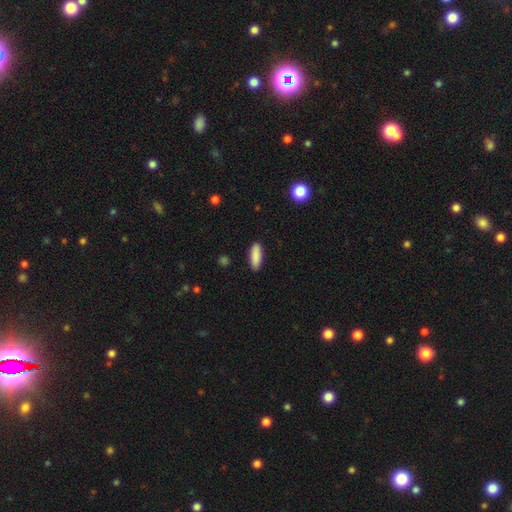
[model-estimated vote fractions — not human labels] Q: Smooth or featured?
A: smooth (89%); runner-up: star or artifact (6%)
Q: How rounded?
A: in between (58%); runner-up: cigar-shaped (40%)
Q: Merging?
A: none (89%); runner-up: minor disturbance (8%)